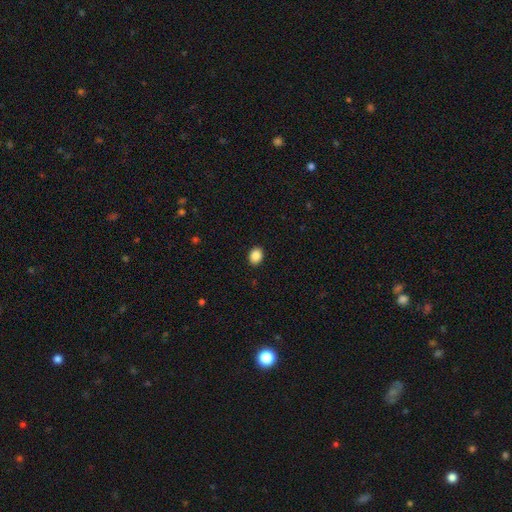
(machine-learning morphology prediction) A smooth galaxy with no disk features (88%) that is in between round and cigar-shaped (57%).

Vote fractions:
- Smooth or featured? smooth: 88% / star or artifact: 9% / featured or disk: 3%
- How rounded? in between: 57% / round: 42% / cigar-shaped: 1%
- Merging? none: 91% / minor disturbance: 6% / major disturbance: 2% / merger: 1%